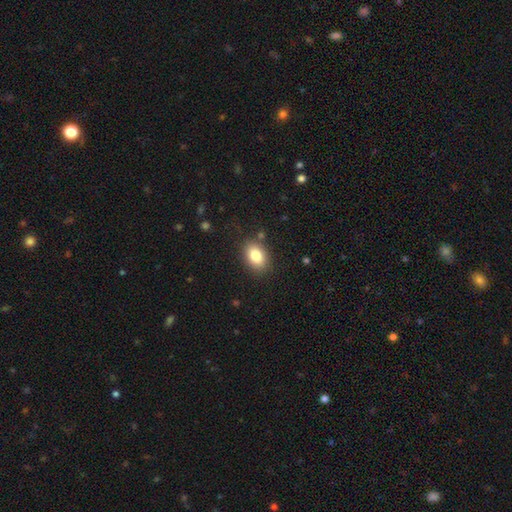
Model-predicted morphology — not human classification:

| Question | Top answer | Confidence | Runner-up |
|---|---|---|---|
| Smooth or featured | smooth | 83% | star or artifact (8%) |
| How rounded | in between | 83% | round (16%) |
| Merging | none | 84% | minor disturbance (11%) |